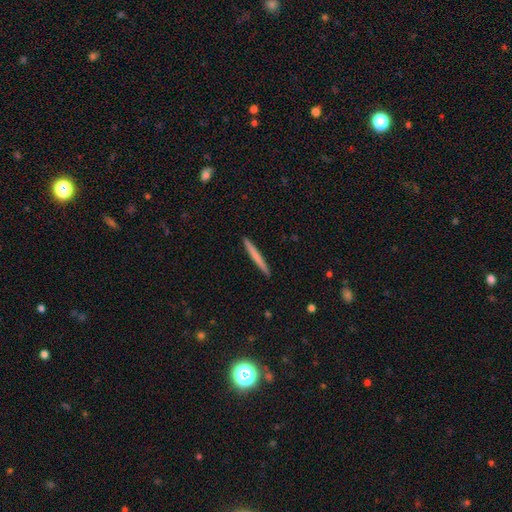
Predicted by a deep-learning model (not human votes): smooth 65%, featured or disk 30%, star or artifact 5%. Down the decision tree: how rounded — cigar-shaped (97%); merging — none (93%).